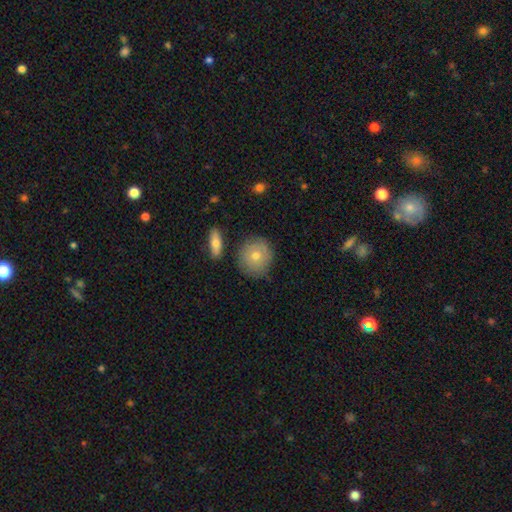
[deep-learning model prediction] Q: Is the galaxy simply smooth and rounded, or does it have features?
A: smooth — 67%.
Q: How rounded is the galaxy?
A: round — 88%.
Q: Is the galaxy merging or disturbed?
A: none — 82%.